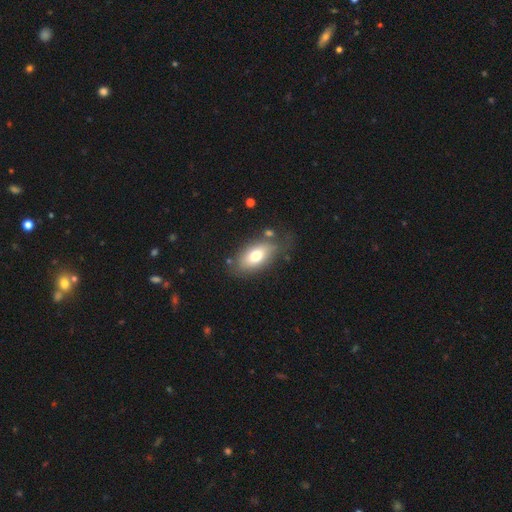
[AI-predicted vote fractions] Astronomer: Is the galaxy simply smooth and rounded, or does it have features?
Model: smooth — 70%.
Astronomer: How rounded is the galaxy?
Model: in between — 88%.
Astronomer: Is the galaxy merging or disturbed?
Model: none — 68%.